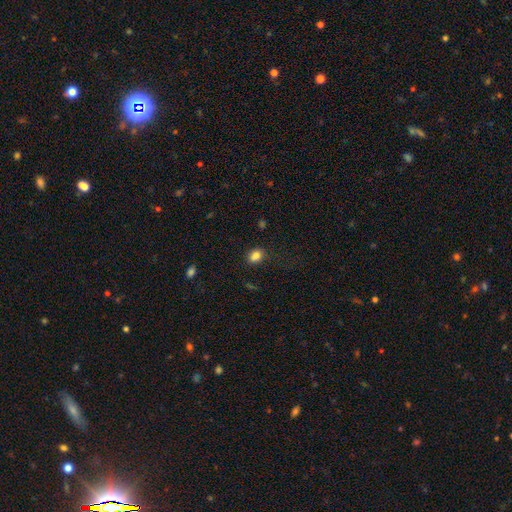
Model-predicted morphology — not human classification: smooth 83%, star or artifact 12%, featured or disk 6%. Down the decision tree: how rounded — in between (59%); merging — none (76%).